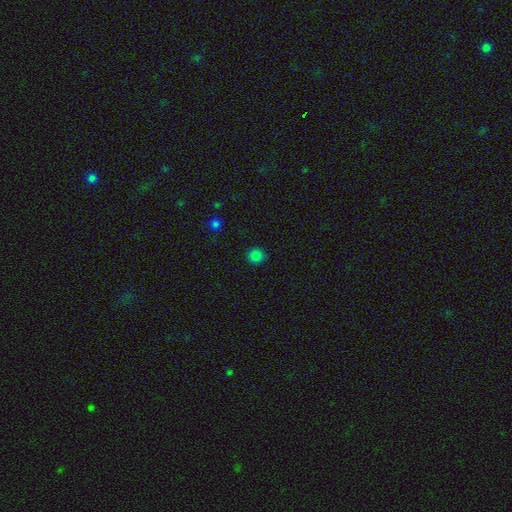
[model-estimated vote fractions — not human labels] Smooth or featured?
  - smooth: 82% *
  - star or artifact: 14%
  - featured or disk: 3%
How rounded?
  - round: 93% *
  - in between: 6%
  - cigar-shaped: 1%
Merging?
  - none: 91% *
  - minor disturbance: 6%
  - major disturbance: 2%
  - merger: 1%